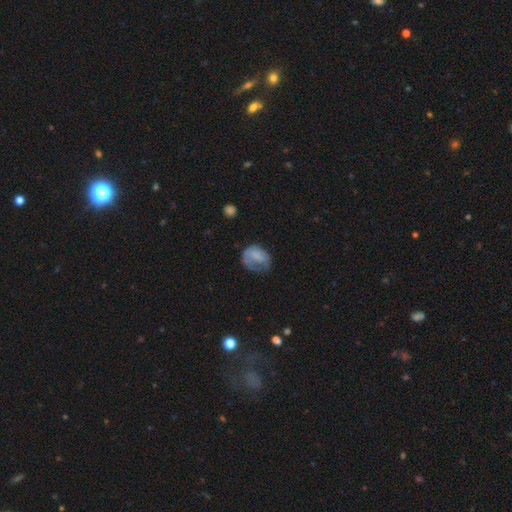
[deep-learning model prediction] The model was most divided on "merging": major disturbance: 37%, none: 33%, minor disturbance: 28%, merger: 2%. More confident: smooth or featured — smooth (61%); how rounded — in between (54%).